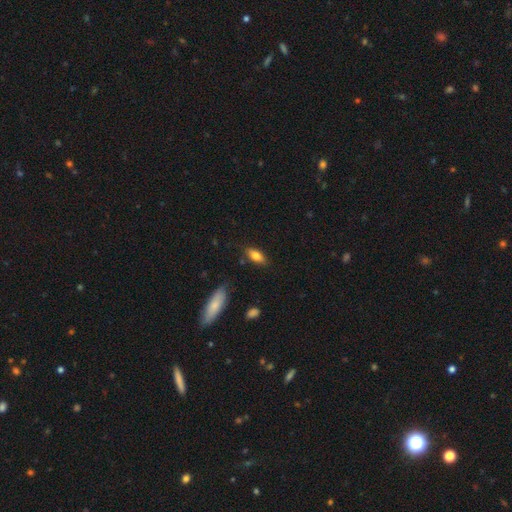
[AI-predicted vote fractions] Overall: smooth (78%). How rounded: in between (80%). Merging: none (80%).